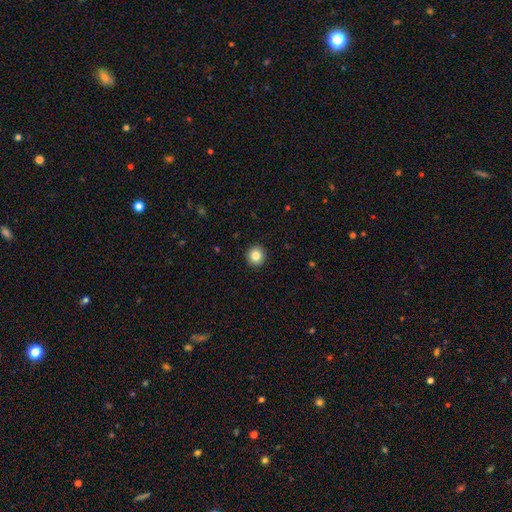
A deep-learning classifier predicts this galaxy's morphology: smooth 83%, star or artifact 10%, featured or disk 7%. Down the decision tree: how rounded — round (92%); merging — none (93%).